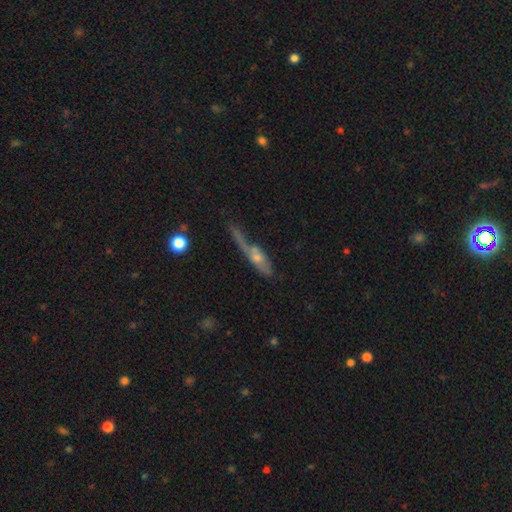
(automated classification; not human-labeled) Smooth or featured?
  - featured or disk: 49% *
  - smooth: 41%
  - star or artifact: 9%
Merging?
  - none: 31% *
  - major disturbance: 27%
  - minor disturbance: 21%
  - merger: 20%